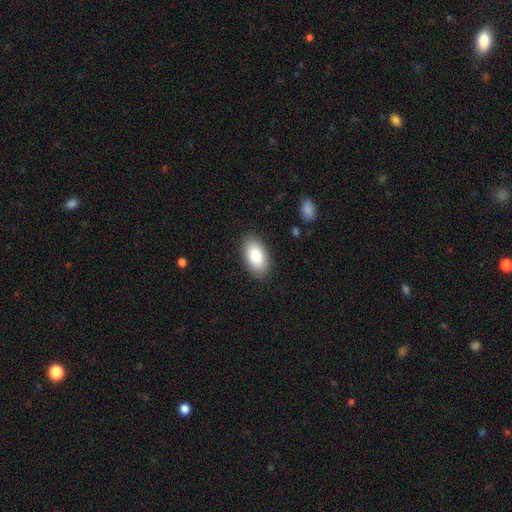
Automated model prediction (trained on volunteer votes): Q: Smooth or featured?
A: smooth (84%); runner-up: featured or disk (10%)
Q: How rounded?
A: in between (94%); runner-up: round (4%)
Q: Merging?
A: none (87%); runner-up: minor disturbance (9%)